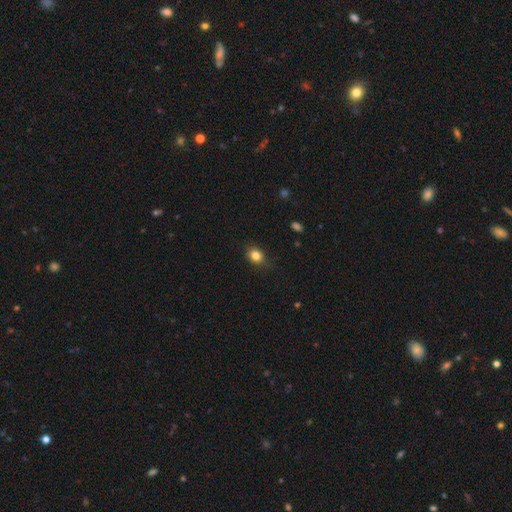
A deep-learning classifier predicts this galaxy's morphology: Smooth or featured?
  - smooth: 83% *
  - star or artifact: 11%
  - featured or disk: 6%
How rounded?
  - round: 55% *
  - in between: 44%
  - cigar-shaped: 1%
Merging?
  - none: 80% *
  - minor disturbance: 16%
  - major disturbance: 3%
  - merger: 1%